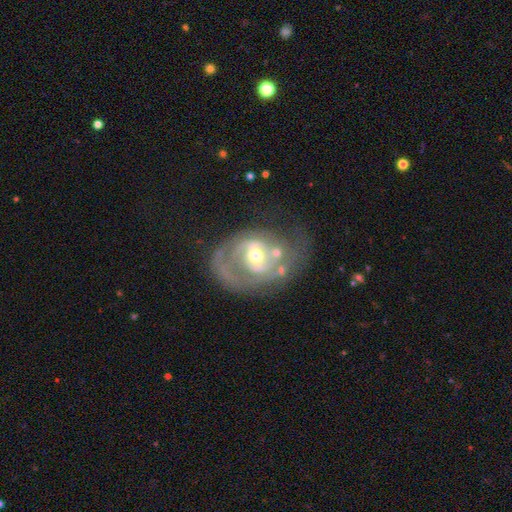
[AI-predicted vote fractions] featured or disk 80%, smooth 13%, star or artifact 7%. Down the decision tree: edge-on disk — no (97%); bar — no (51%); spiral arms — yes (75%); spiral arm count — 2 (45%); spiral winding — tight (44%); bulge size — moderate (57%); merging — none (39%).